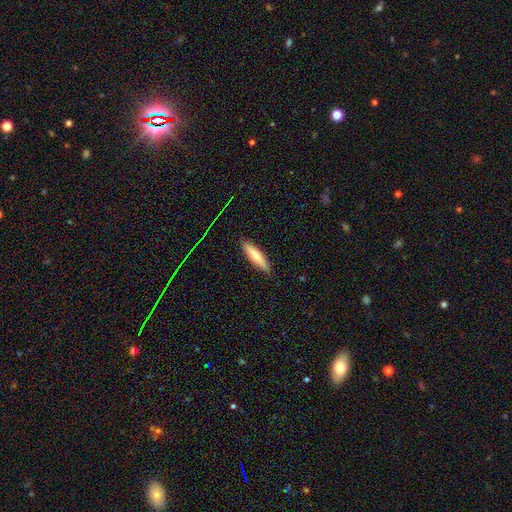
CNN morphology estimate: This is likely a smooth galaxy (65%). How rounded: likely cigar-shaped (72%). Merging: clearly none (87%).